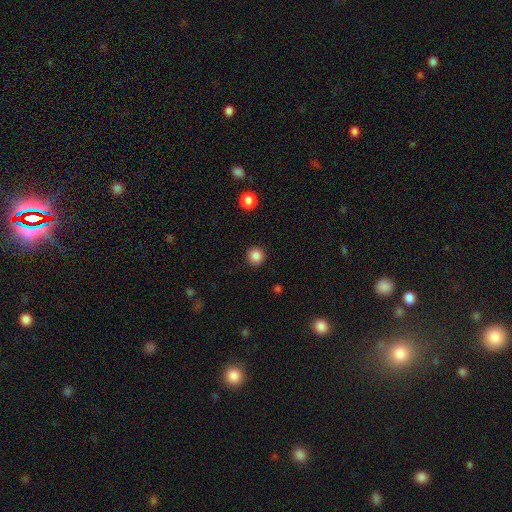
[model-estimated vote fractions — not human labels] A smooth galaxy with no disk features (85%) that is round (95%). Merging: none (92%).